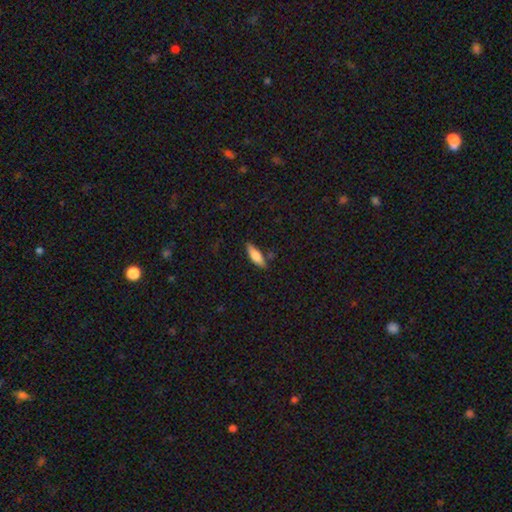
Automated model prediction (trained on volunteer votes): smooth-or-featured: smooth: 74% | featured or disk: 20% | star or artifact: 6%
  how-rounded: cigar-shaped: 50% | in between: 48% | round: 2%
  merging: none: 80% | minor disturbance: 14% | merger: 4% | major disturbance: 3%